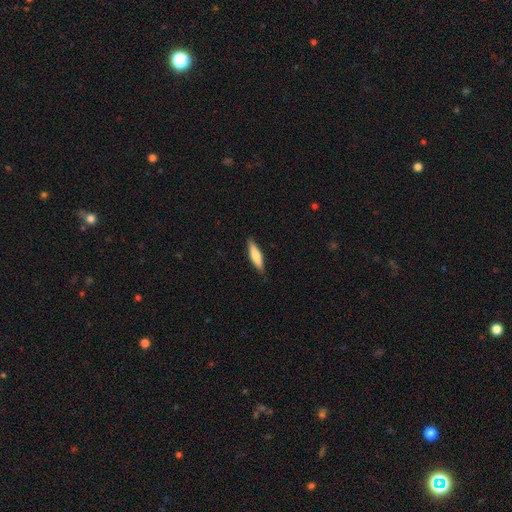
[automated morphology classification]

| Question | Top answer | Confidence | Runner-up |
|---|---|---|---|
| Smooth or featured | smooth | 67% | featured or disk (27%) |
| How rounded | cigar-shaped | 71% | in between (28%) |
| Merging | none | 88% | minor disturbance (10%) |